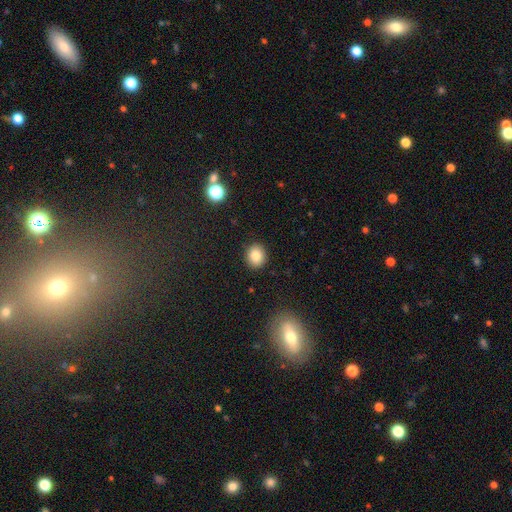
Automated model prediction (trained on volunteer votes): smooth 84%, star or artifact 10%, featured or disk 6%. Down the decision tree: how rounded — round (69%); merging — none (90%).